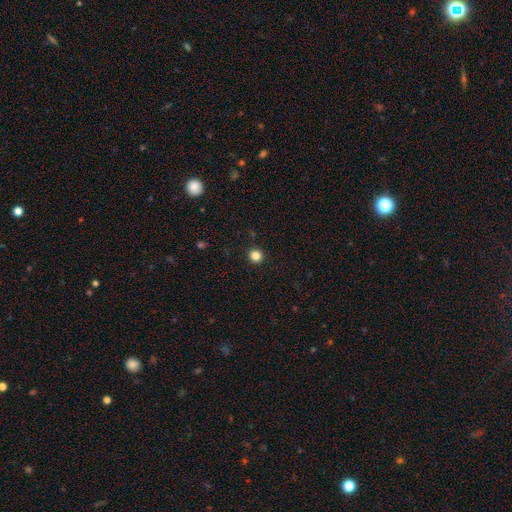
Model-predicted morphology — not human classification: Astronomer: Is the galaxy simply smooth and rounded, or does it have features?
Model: smooth — 84%.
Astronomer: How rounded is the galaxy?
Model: round — 95%.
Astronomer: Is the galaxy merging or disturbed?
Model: none — 92%.